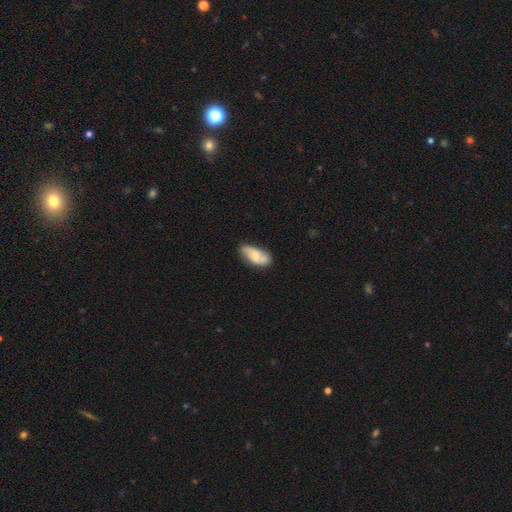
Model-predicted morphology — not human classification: smooth-or-featured: featured or disk: 48% | smooth: 46% | star or artifact: 6%
  merging: none: 70% | minor disturbance: 22% | major disturbance: 5% | merger: 3%